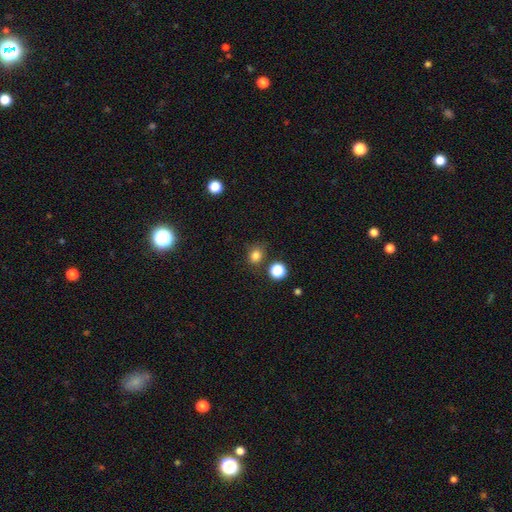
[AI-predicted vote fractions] Smooth or featured?
  - smooth: 80% *
  - star or artifact: 15%
  - featured or disk: 5%
How rounded?
  - round: 71% *
  - in between: 29%
  - cigar-shaped: 1%
Merging?
  - none: 77% *
  - minor disturbance: 13%
  - merger: 6%
  - major disturbance: 4%